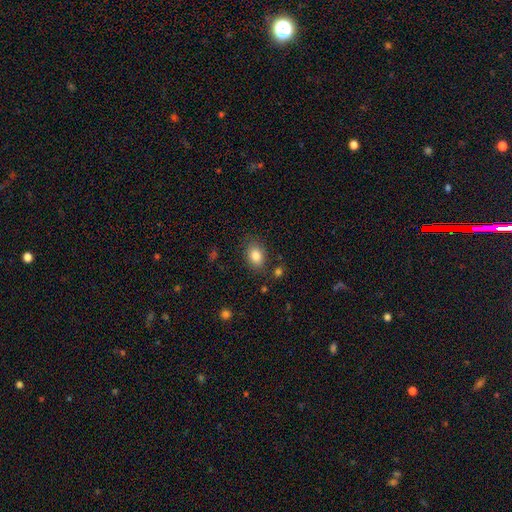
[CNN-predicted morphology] Smooth or featured: smooth — 84% (star or artifact — 9%)
How rounded: in between — 73% (round — 26%)
Merging: none — 79% (minor disturbance — 14%)